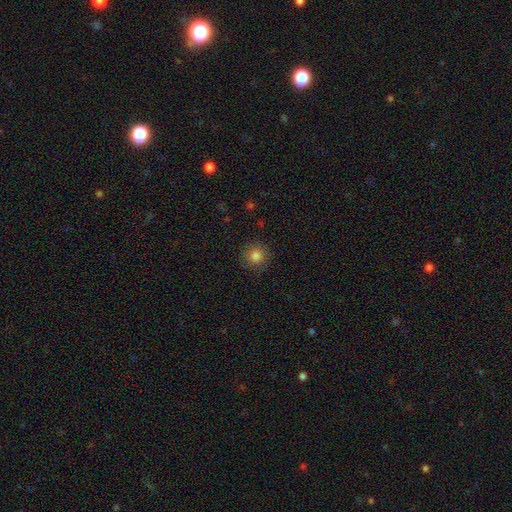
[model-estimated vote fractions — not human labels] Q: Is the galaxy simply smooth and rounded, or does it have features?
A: smooth — 83%.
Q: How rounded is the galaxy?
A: round — 91%.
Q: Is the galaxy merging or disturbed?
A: none — 88%.